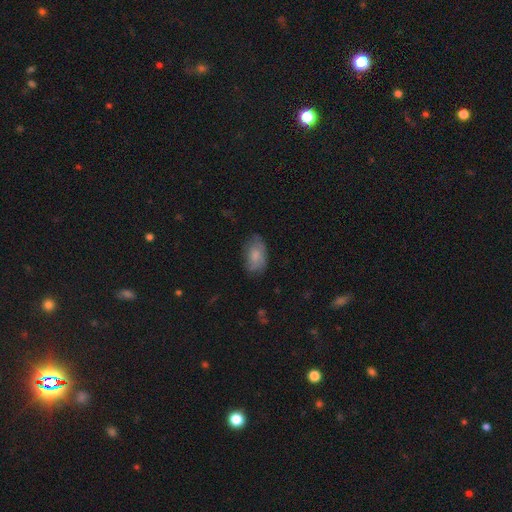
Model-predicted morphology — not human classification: Smooth or featured: smooth — 74% (featured or disk — 18%)
How rounded: in between — 92% (round — 6%)
Merging: none — 65% (minor disturbance — 26%)